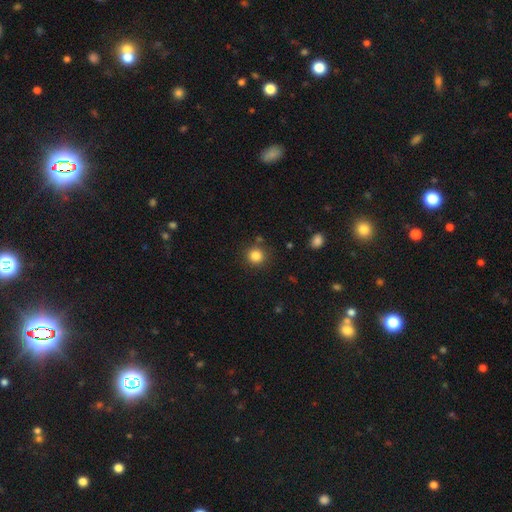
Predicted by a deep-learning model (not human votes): This is clearly a smooth galaxy (84%). How rounded: clearly round (92%). Merging: clearly none (84%).